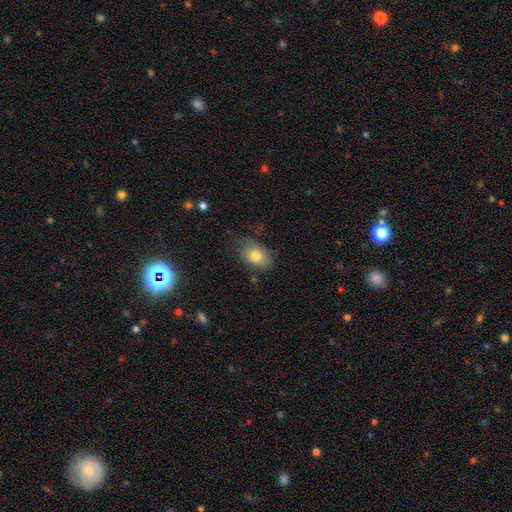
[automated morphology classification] Smooth or featured? Predicted: smooth (p=0.76). How rounded? Predicted: in between (p=0.84). Merging? Predicted: none (p=0.67).